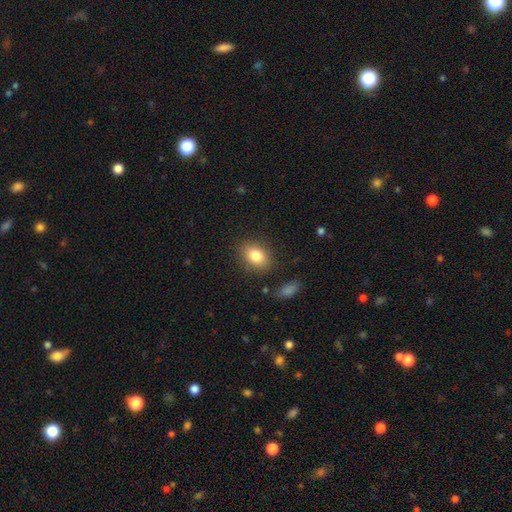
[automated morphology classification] This is clearly a smooth galaxy (82%). How rounded: likely in between (68%). Merging: clearly none (84%).